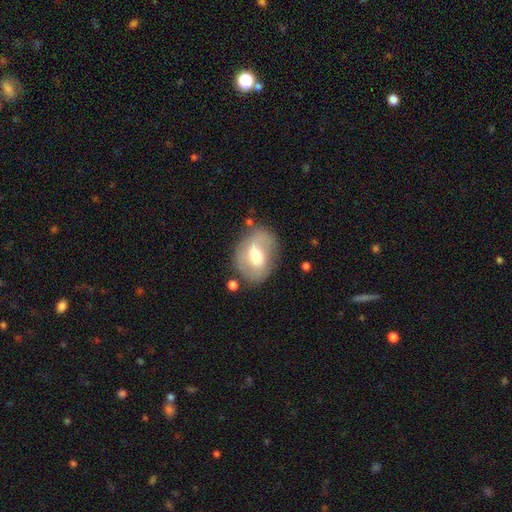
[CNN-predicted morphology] The model was most divided on "bar": weak: 47%, no: 33%, strong: 20%. More confident: edge-on disk — no (95%); spiral arms — yes (69%); merging — none (69%); bulge size — moderate (66%); smooth or featured — featured or disk (57%).